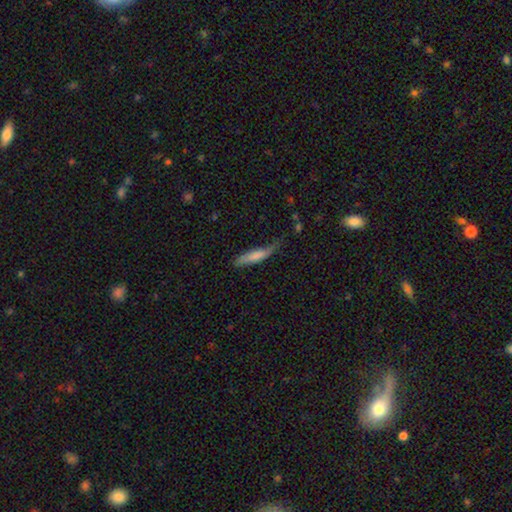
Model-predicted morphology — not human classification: Q: Smooth or featured?
A: smooth (74%); runner-up: featured or disk (20%)
Q: How rounded?
A: cigar-shaped (79%); runner-up: in between (20%)
Q: Merging?
A: none (50%); runner-up: minor disturbance (36%)